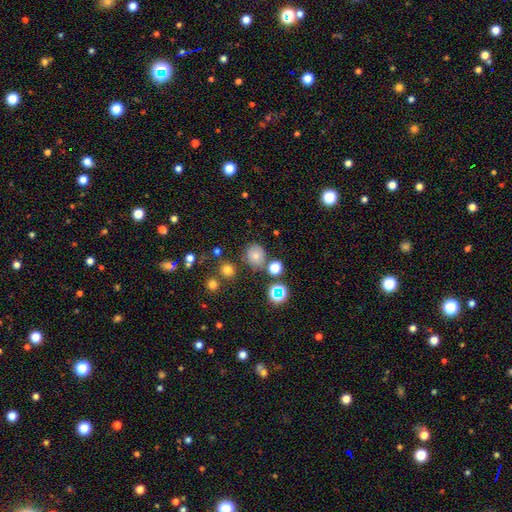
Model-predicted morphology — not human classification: The model was most divided on "smooth or featured": smooth: 68%, star or artifact: 20%, featured or disk: 11%. More confident: how rounded — round (79%); merging — none (73%).